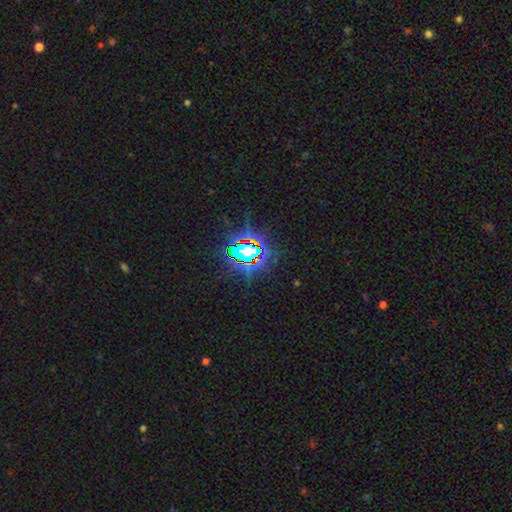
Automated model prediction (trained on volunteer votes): A star or artifact, not a galaxy (82%).

Vote fractions:
- Smooth or featured? star or artifact: 82% / smooth: 12% / featured or disk: 7%